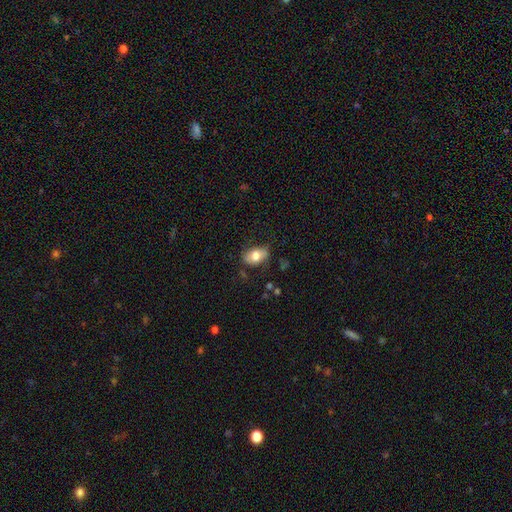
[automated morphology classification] Smooth or featured?
  - smooth: 72% *
  - featured or disk: 20%
  - star or artifact: 8%
How rounded?
  - in between: 83% *
  - round: 15%
  - cigar-shaped: 2%
Merging?
  - none: 62% *
  - minor disturbance: 26%
  - major disturbance: 10%
  - merger: 2%